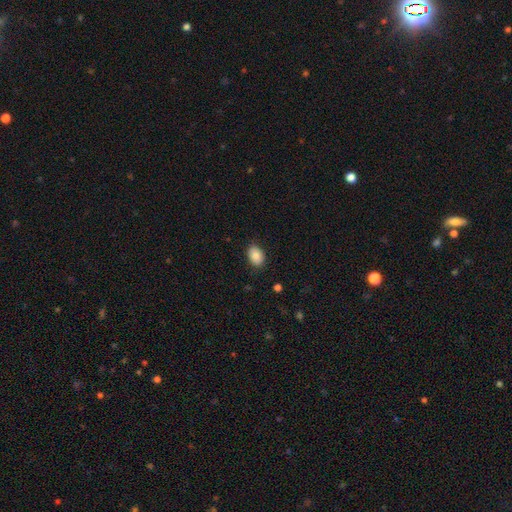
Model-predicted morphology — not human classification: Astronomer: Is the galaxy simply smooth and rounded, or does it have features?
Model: smooth — 87%.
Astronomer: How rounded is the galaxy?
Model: in between — 80%.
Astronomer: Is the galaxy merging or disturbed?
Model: none — 86%.